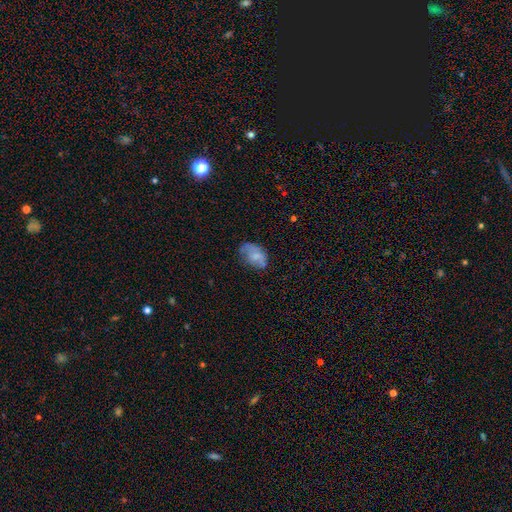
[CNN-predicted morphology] type=smooth (61%); roundness=in between (86%); merging=none (46%).